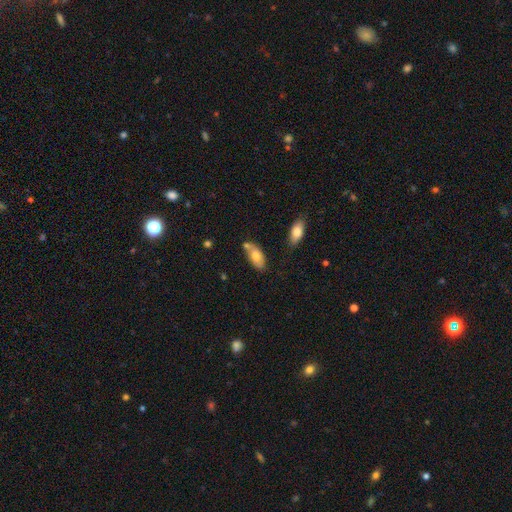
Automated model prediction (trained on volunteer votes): This is likely a smooth galaxy (72%). How rounded: clearly in between (90%). Merging: possibly none (54%).